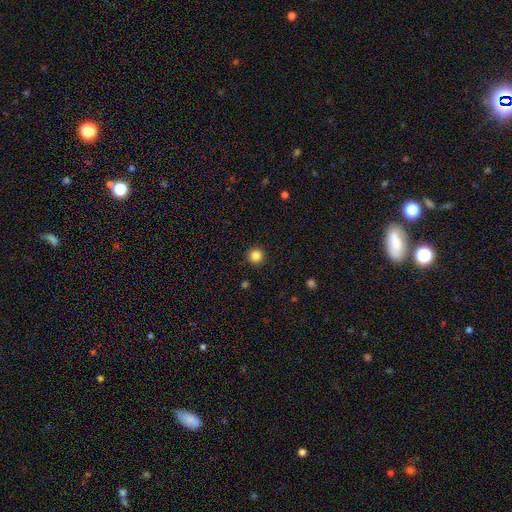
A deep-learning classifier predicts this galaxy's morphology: A smooth galaxy with no disk features (86%) that is round (96%).

Vote fractions:
- Smooth or featured? smooth: 86% / star or artifact: 11% / featured or disk: 3%
- How rounded? round: 96% / in between: 3% / cigar-shaped: 1%
- Merging? none: 92% / minor disturbance: 5% / major disturbance: 2% / merger: 1%